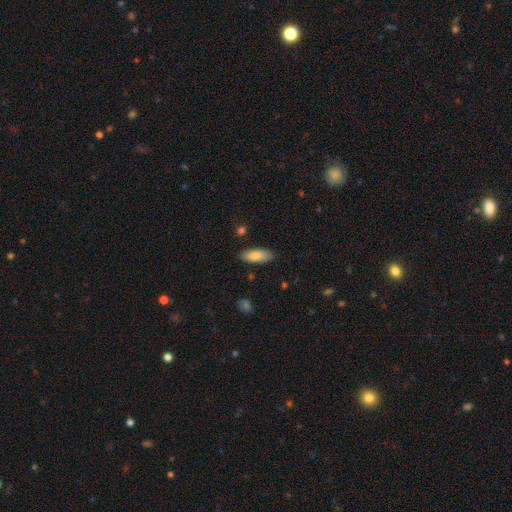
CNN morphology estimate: Overall: smooth (83%). How rounded: in between (72%). Merging: none (85%).